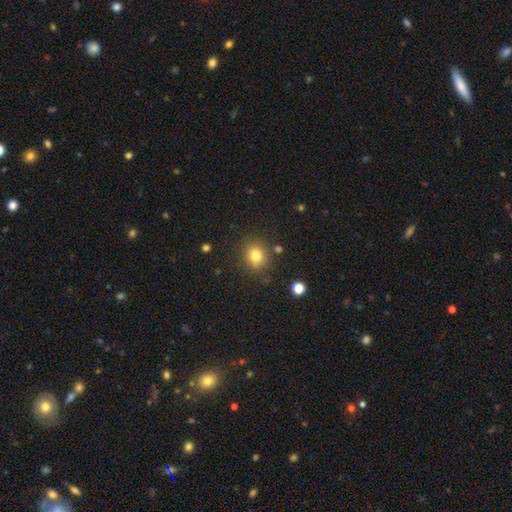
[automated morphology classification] Overall: smooth (79%). How rounded: round (78%). Merging: none (81%).